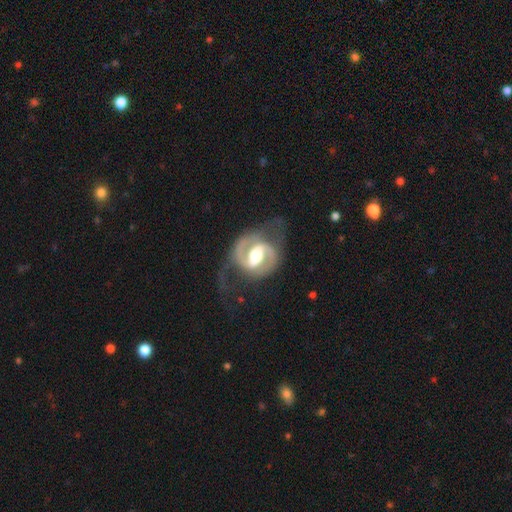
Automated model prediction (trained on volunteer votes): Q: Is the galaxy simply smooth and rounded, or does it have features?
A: featured or disk — 90%.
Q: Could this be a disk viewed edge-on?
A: no — 98%.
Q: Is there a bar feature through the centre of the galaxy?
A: strong — 50%.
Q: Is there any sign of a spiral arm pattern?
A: yes — 96%.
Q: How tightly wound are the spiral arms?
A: medium — 55%.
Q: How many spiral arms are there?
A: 2 — 92%.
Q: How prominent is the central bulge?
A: moderate — 59%.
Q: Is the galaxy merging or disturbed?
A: none — 59%.